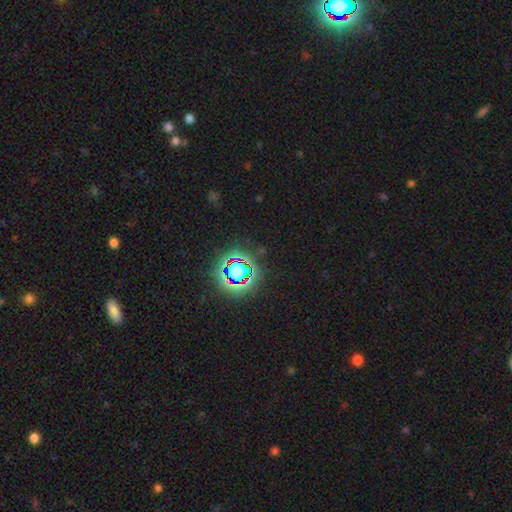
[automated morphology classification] A star or artifact, not a galaxy (82%).